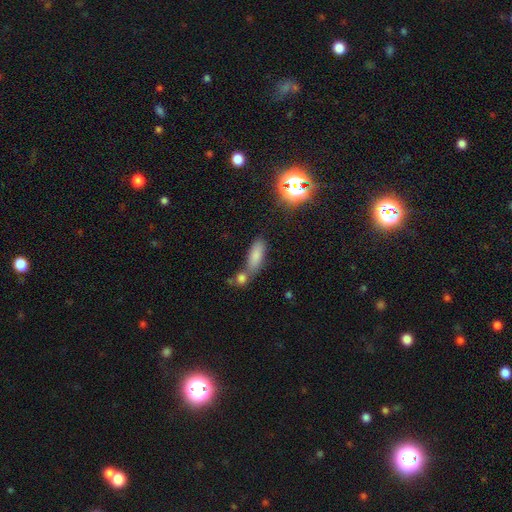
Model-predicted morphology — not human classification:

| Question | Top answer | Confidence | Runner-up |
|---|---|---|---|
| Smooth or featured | smooth | 79% | star or artifact (12%) |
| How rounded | in between | 68% | cigar-shaped (28%) |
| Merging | none | 48% | merger (34%) |